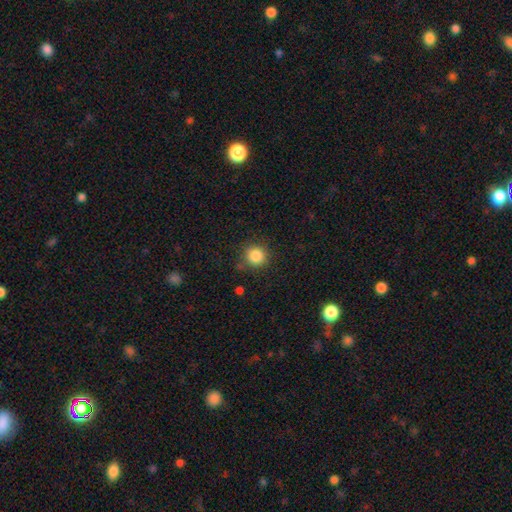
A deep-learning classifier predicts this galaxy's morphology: smooth 85%, star or artifact 11%, featured or disk 4%. Down the decision tree: how rounded — round (93%); merging — none (85%).